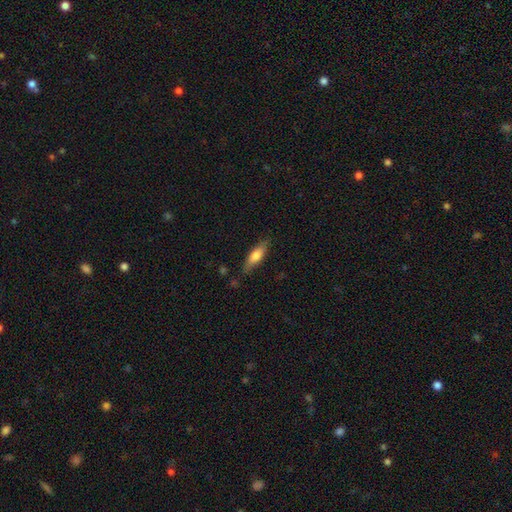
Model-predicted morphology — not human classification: type=smooth (67%); roundness=cigar-shaped (52%); merging=none (80%).